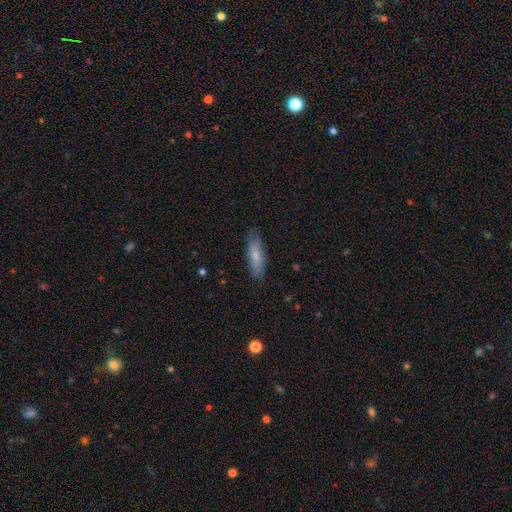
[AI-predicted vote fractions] Overall: smooth (69%). How rounded: cigar-shaped (50%; in between 48%). Merging: none (81%).